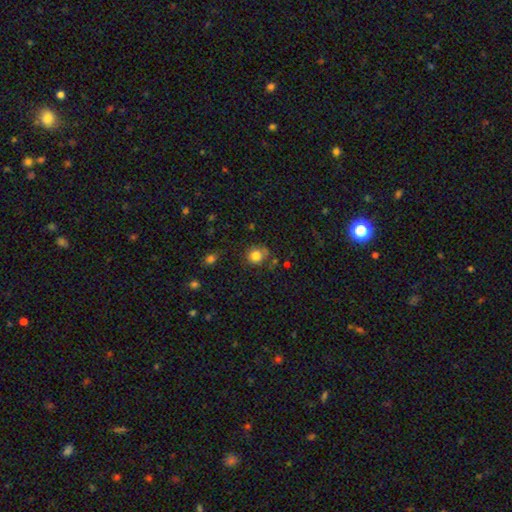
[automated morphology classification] A smooth galaxy with no disk features (82%) that is round (84%). Merging: none (71%).